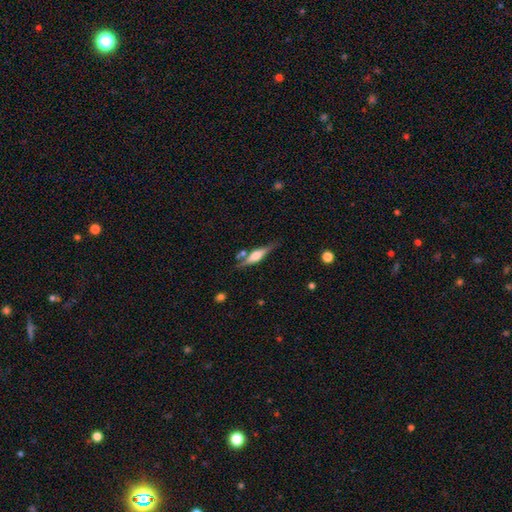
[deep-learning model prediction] featured or disk 62%, smooth 32%, star or artifact 7%. Down the decision tree: edge-on disk — yes (95%); edge-on bulge — rounded (76%); merging — none (73%).